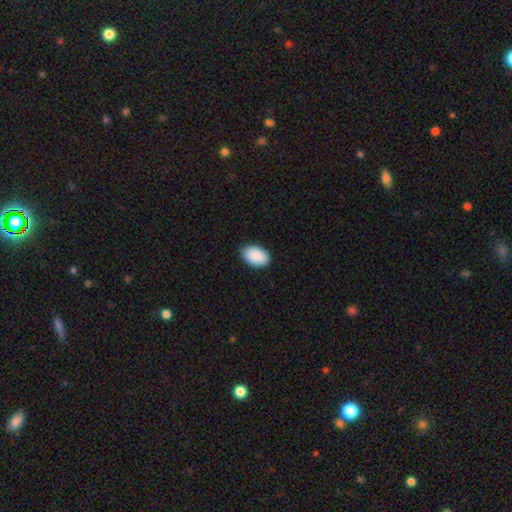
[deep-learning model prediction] smooth 91%, star or artifact 6%, featured or disk 3%. Down the decision tree: how rounded — in between (92%); merging — none (88%).